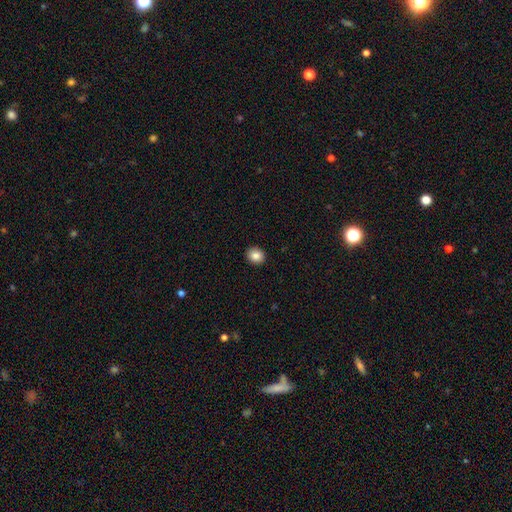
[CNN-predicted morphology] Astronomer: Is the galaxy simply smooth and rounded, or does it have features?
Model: smooth — 85%.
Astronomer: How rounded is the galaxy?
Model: round — 76%.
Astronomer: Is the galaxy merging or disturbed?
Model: none — 93%.